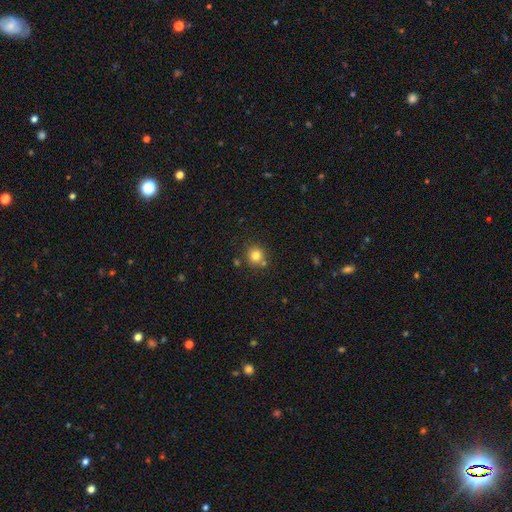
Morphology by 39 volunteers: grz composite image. It shows a smooth galaxy with no disk features (87%) that is round (91%). Merging: none (69%).